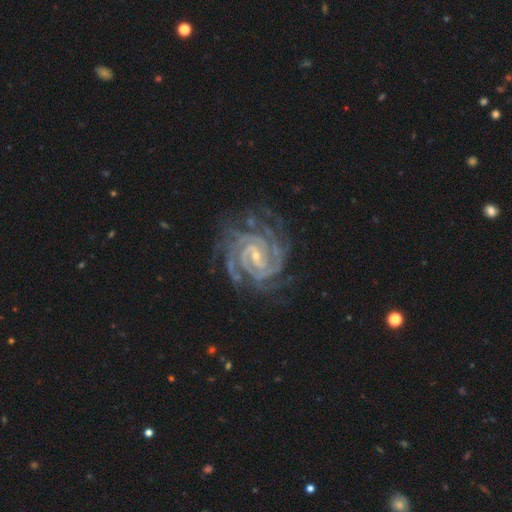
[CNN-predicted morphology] A featured or disk galaxy (93%) with a weak bar (44%), 2 (25%) tight (79%) spiral arms (99%) and a small central bulge (77%). Merging: none (75%).